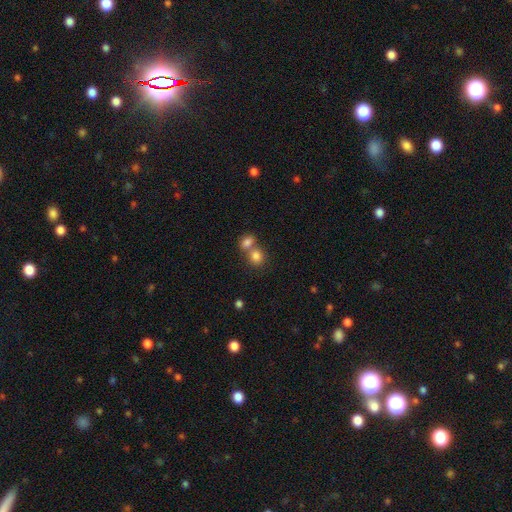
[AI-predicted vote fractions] Smooth or featured?
  - smooth: 81% *
  - star or artifact: 11%
  - featured or disk: 8%
How rounded?
  - round: 70% *
  - in between: 29%
  - cigar-shaped: 1%
Merging?
  - merger: 52% *
  - none: 38%
  - minor disturbance: 7%
  - major disturbance: 3%